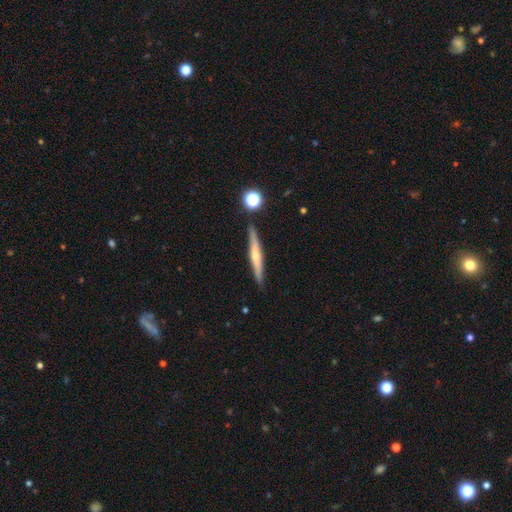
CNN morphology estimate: smooth-or-featured: featured or disk: 54% | smooth: 39% | star or artifact: 7%
  disk-edge-on: yes: 95% | no: 5%
    edge-on-bulge: rounded: 68% | none: 26% | boxy: 6%
  merging: none: 87% | minor disturbance: 8% | merger: 3% | major disturbance: 2%